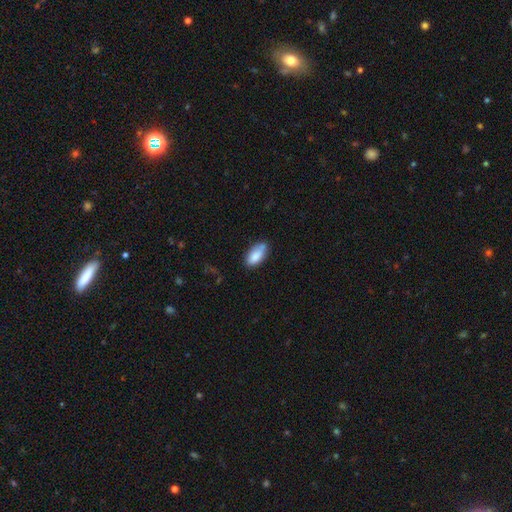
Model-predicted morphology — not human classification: type=smooth (83%); roundness=in between (88%); merging=none (59%).